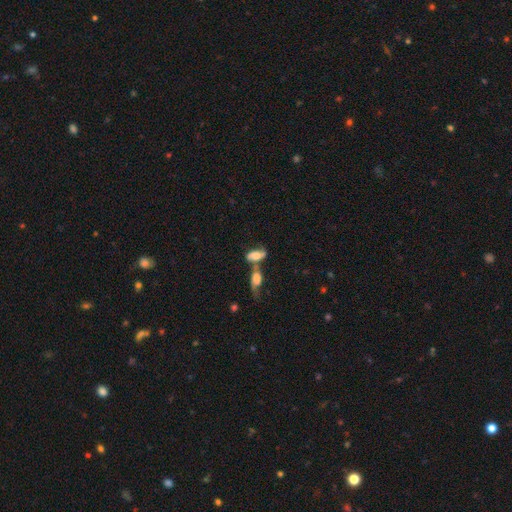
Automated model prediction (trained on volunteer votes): This appears to be a smooth galaxy with no disk features (56%) that is in between round and cigar-shaped (86%). Merging: merger (54%).